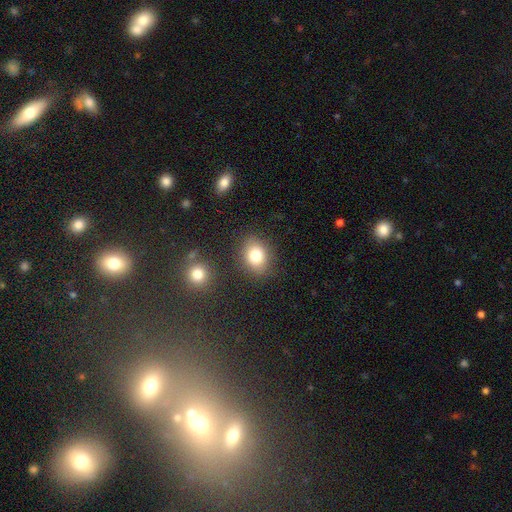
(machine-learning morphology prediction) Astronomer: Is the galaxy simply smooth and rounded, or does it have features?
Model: smooth — 80%.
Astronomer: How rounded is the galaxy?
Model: in between — 54% (runner-up: round, 45%).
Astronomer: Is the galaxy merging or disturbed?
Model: none — 82%.